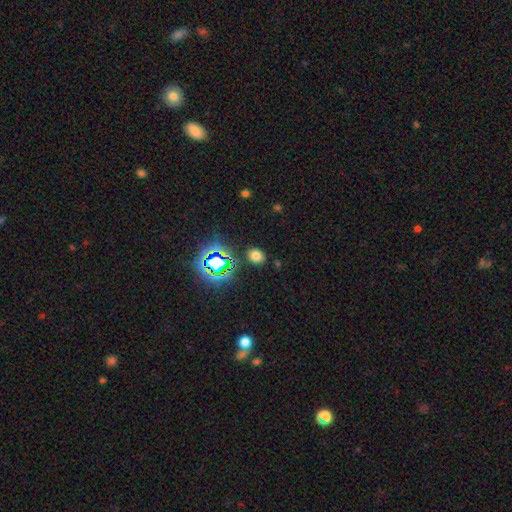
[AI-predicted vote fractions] This is likely a smooth galaxy (67%). How rounded: possibly in between (51%). Merging: clearly none (85%).